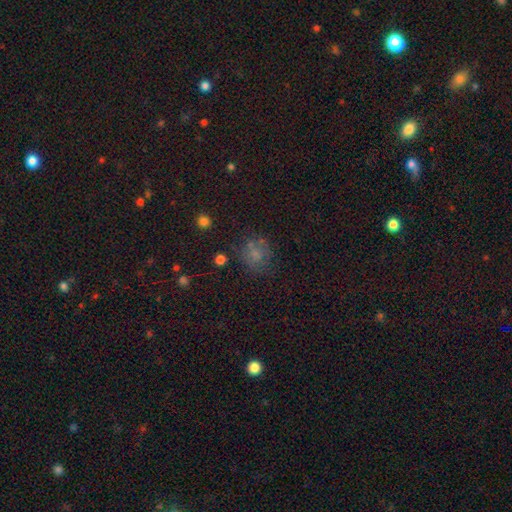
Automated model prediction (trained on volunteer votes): A smooth galaxy with no disk features (63%) that is round (75%). Merging: none (61%).